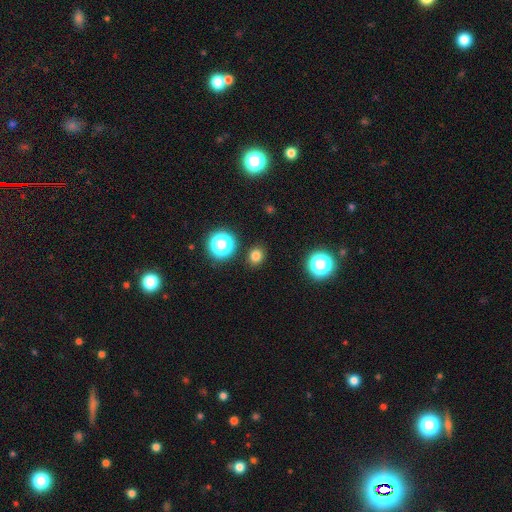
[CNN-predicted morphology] This appears to be a smooth galaxy with no disk features (77%) that is round (69%). Merging: none (89%).